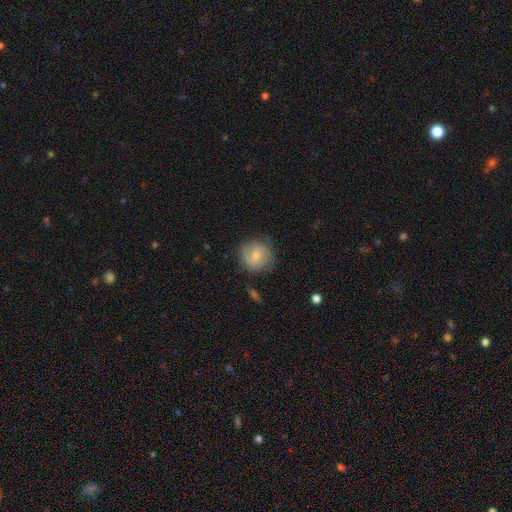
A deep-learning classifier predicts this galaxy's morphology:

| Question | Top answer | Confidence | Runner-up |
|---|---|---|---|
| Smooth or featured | smooth | 64% | featured or disk (29%) |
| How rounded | round | 89% | in between (10%) |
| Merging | none | 73% | minor disturbance (19%) |